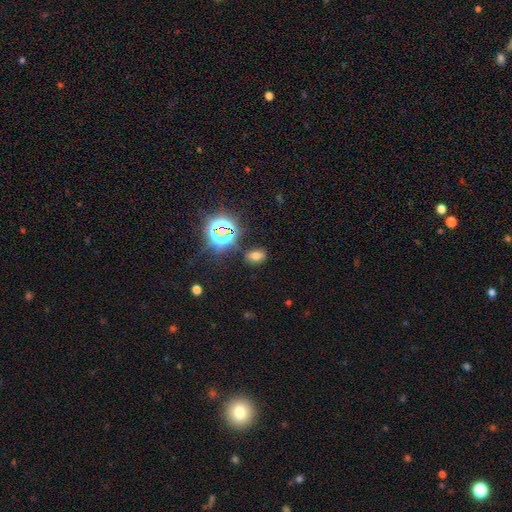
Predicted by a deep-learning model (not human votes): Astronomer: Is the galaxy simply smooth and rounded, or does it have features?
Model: smooth — 57% (runner-up: star or artifact, 34%).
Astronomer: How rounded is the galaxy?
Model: in between — 83%.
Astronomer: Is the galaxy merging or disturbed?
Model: none — 80%.